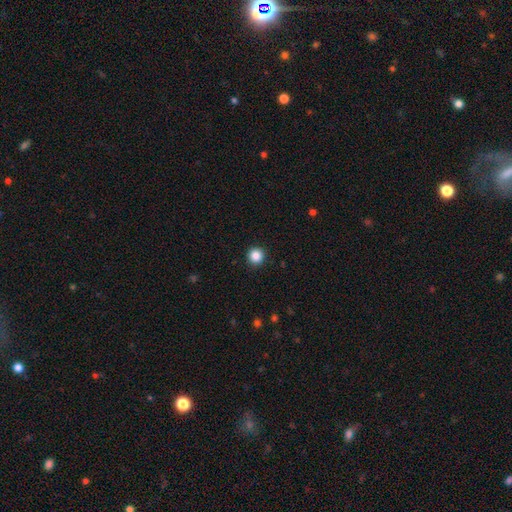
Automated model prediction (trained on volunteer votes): Smooth or featured? smooth (86%)
How rounded? round (95%)
Merging? none (93%)